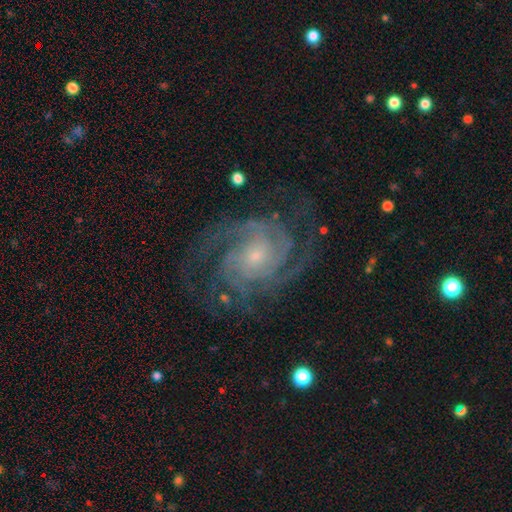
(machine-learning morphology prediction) smooth-or-featured: featured or disk: 92% | star or artifact: 5% | smooth: 3%
  disk-edge-on: no: 98% | yes: 2%
    bar: no: 68% | weak: 26% | strong: 7%
    has-spiral-arms: yes: 98% | no: 2%
      spiral-winding: tight: 59% | medium: 36% | loose: 5%
      spiral-arm-count: 3: 32% | 2: 24% | 4: 17% | can't tell: 13% | more than 4: 7% | 1: 7%
    bulge-size: small: 71% | moderate: 23% | none: 3% | large: 2% | dominant: 1%
  merging: none: 74% | minor disturbance: 15% | major disturbance: 10% | merger: 1%